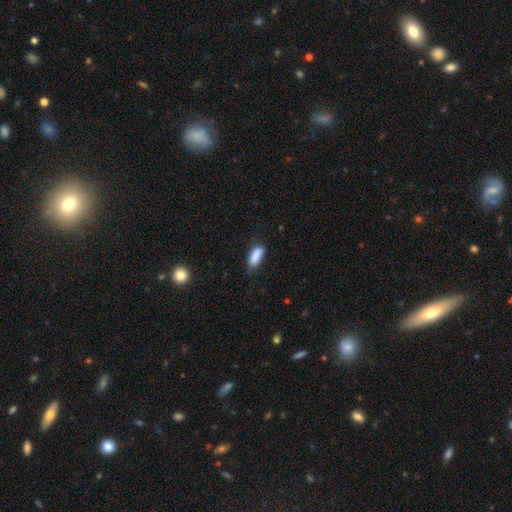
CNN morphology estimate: Smooth or featured? smooth (87%)
How rounded? in between (71%)
Merging? none (62%)